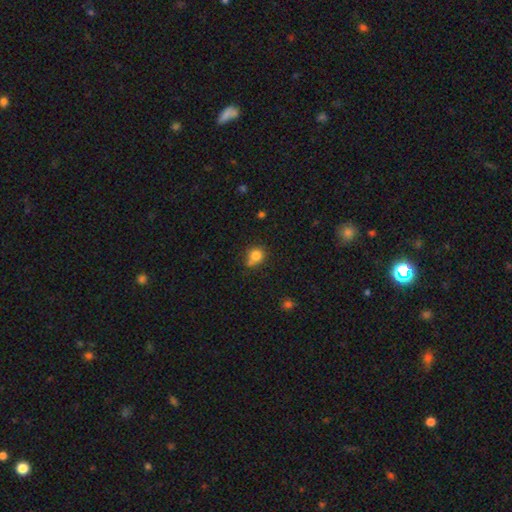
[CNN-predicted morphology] Smooth or featured: smooth — 80% (star or artifact — 12%)
How rounded: round — 75% (in between — 23%)
Merging: none — 54% (minor disturbance — 26%)